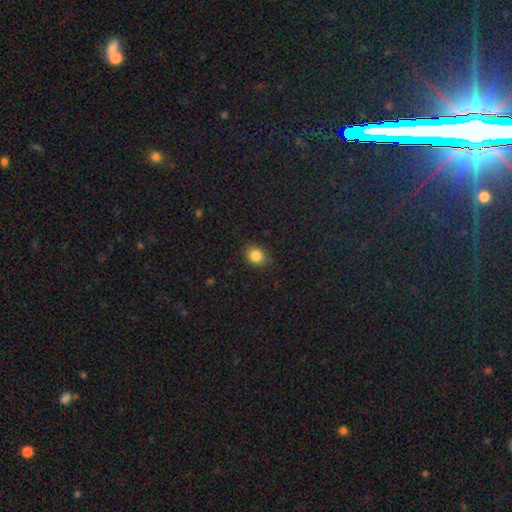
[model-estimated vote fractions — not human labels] Smooth or featured? Predicted: smooth (p=0.84). How rounded? Predicted: round (p=0.61). Merging? Predicted: none (p=0.80).